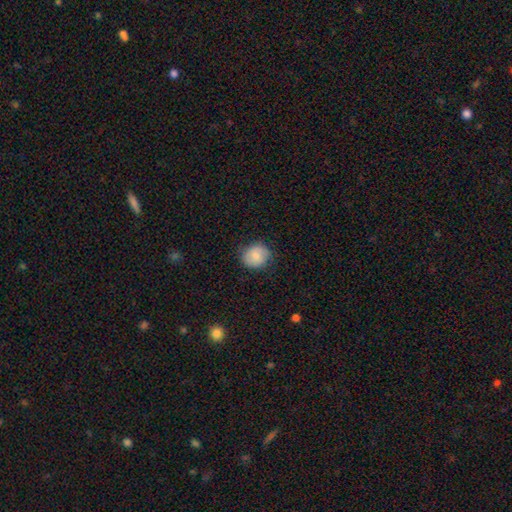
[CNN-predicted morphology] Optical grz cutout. It shows a smooth galaxy with no disk features (77%) that is round (75%). Merging: none (78%).